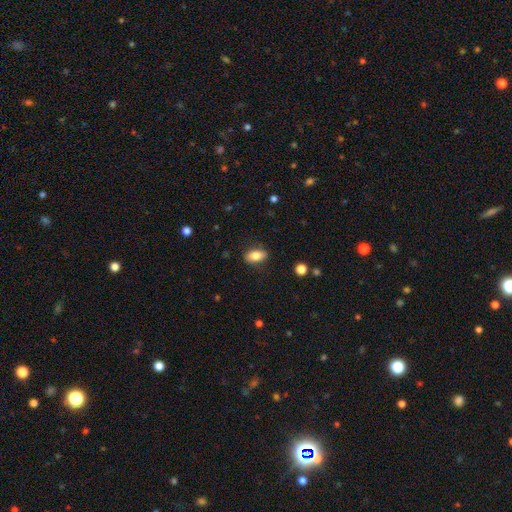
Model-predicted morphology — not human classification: Smooth or featured? smooth (80%)
How rounded? in between (87%)
Merging? none (85%)